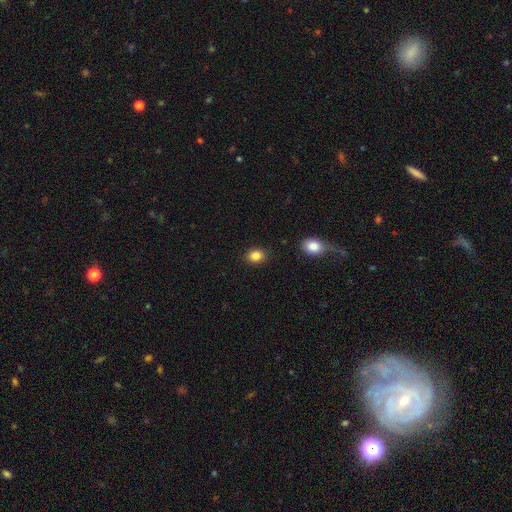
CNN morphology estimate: The model was most divided on "how rounded": round: 53%, in between: 46%, cigar-shaped: 1%. More confident: merging — none (88%); smooth or featured — smooth (85%).